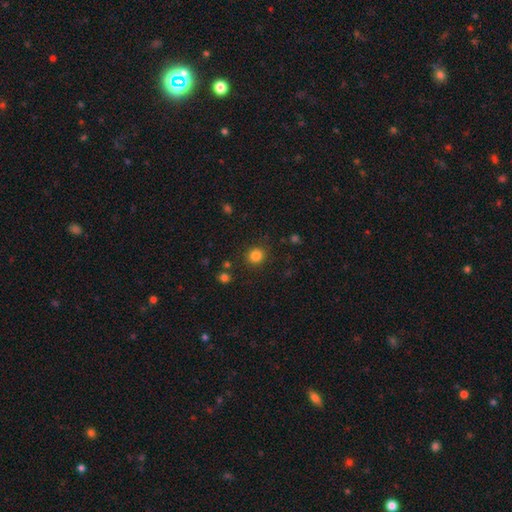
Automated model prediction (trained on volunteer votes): This appears to be a smooth galaxy with no disk features (83%) that is round (87%). Merging: none (87%).